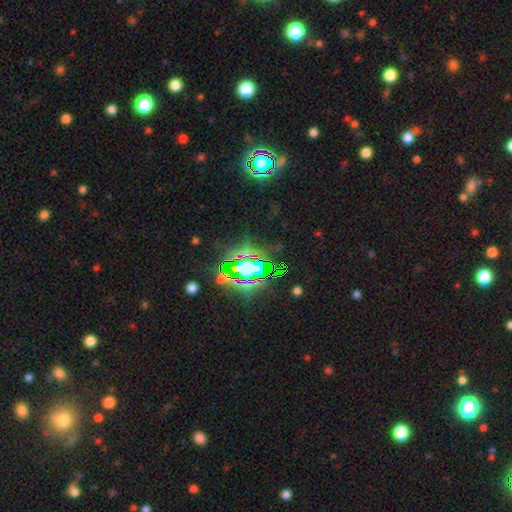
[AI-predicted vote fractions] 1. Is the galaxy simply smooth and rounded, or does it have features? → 76% star or artifact, 12% smooth, 12% featured or disk.